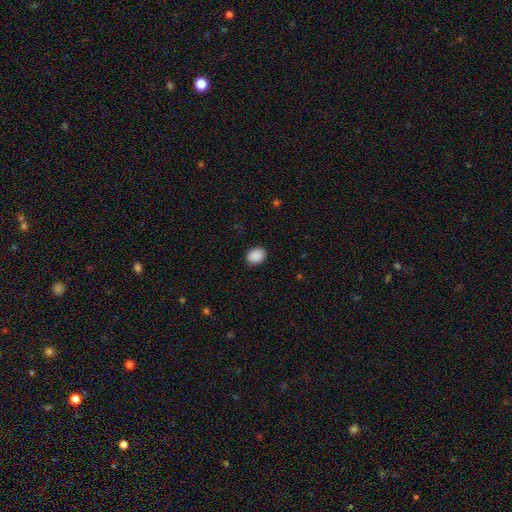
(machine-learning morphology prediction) Smooth or featured? smooth (90%)
How rounded? in between (55%)
Merging? none (89%)